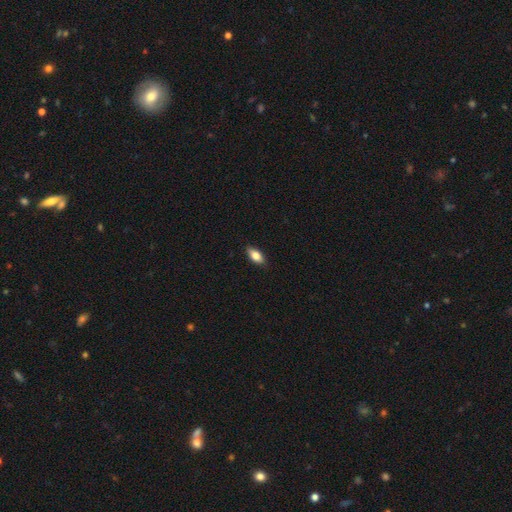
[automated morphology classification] smooth-or-featured: smooth: 80% | featured or disk: 13% | star or artifact: 7%
  how-rounded: in between: 88% | cigar-shaped: 8% | round: 4%
  merging: none: 86% | minor disturbance: 11% | major disturbance: 2% | merger: 1%